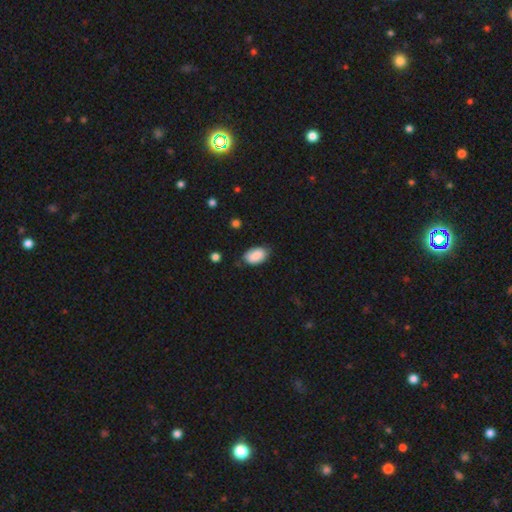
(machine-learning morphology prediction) Overall: smooth (89%). How rounded: in between (92%). Merging: none (76%).